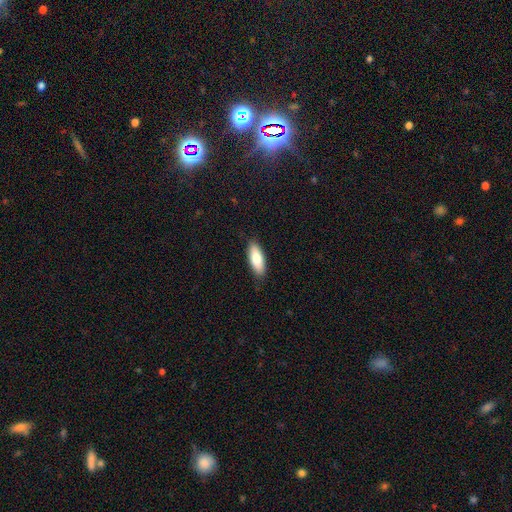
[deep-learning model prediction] Smooth or featured: smooth — 82% (featured or disk — 13%)
How rounded: in between — 70% (cigar-shaped — 28%)
Merging: none — 86% (minor disturbance — 11%)